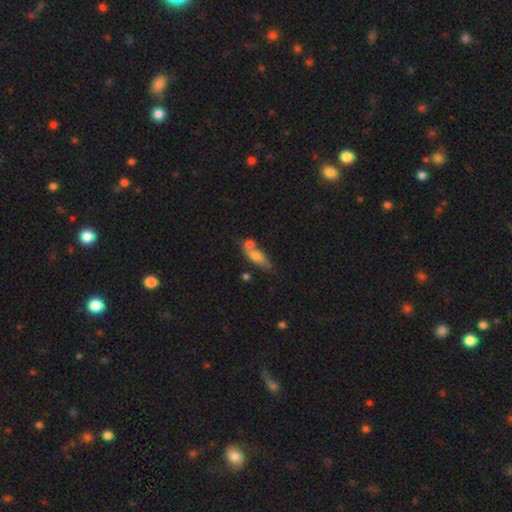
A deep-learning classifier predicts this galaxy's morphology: smooth-or-featured: smooth: 64% | featured or disk: 28% | star or artifact: 8%
  how-rounded: in between: 54% | cigar-shaped: 41% | round: 5%
  merging: none: 42% | merger: 33% | minor disturbance: 18% | major disturbance: 7%